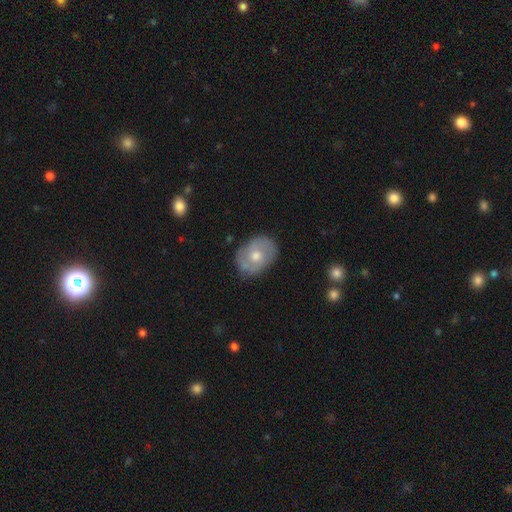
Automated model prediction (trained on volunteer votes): Smooth or featured? Predicted: featured or disk (p=0.47). Merging? Predicted: none (p=0.80).